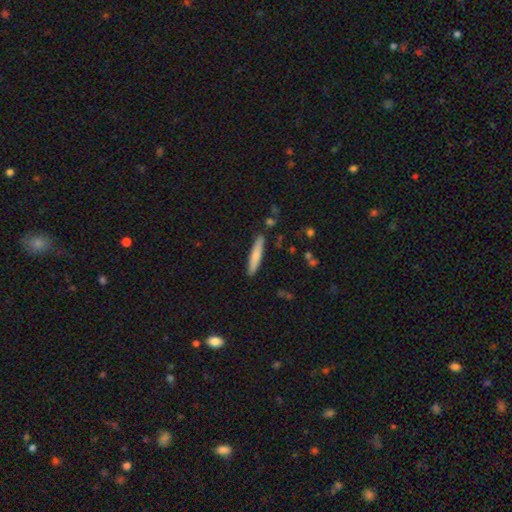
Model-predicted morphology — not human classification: Smooth or featured: smooth — 74% (featured or disk — 20%)
How rounded: cigar-shaped — 89% (in between — 9%)
Merging: none — 87% (minor disturbance — 9%)